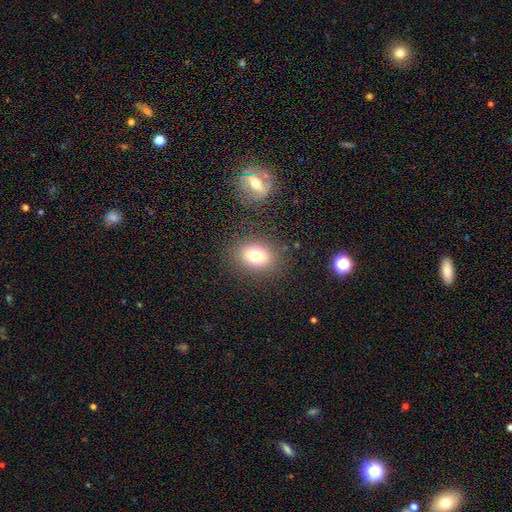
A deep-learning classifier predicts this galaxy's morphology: type=smooth (75%); roundness=in between (61%); merging=none (82%).